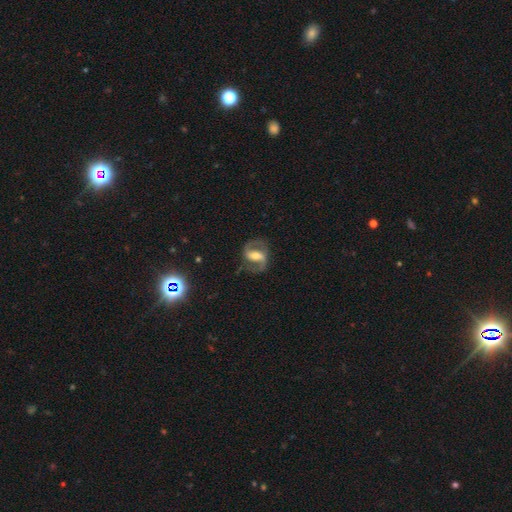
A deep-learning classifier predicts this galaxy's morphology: Smooth or featured?
  - featured or disk: 84% *
  - smooth: 11%
  - star or artifact: 6%
Edge-on disk?
  - no: 96% *
  - yes: 4%
Bar?
  - strong: 48% *
  - weak: 36%
  - no: 16%
Spiral arms?
  - yes: 93% *
  - no: 7%
Spiral winding?
  - medium: 57% *
  - loose: 26%
  - tight: 17%
Spiral arm count?
  - 2: 92% *
  - can't tell: 3%
  - 1: 2%
  - 3: 1%
  - 4: 1%
  - more than 4: 1%
Bulge size?
  - moderate: 55% *
  - small: 24%
  - large: 16%
  - none: 3%
  - dominant: 2%
Merging?
  - none: 76% *
  - minor disturbance: 14%
  - major disturbance: 9%
  - merger: 1%